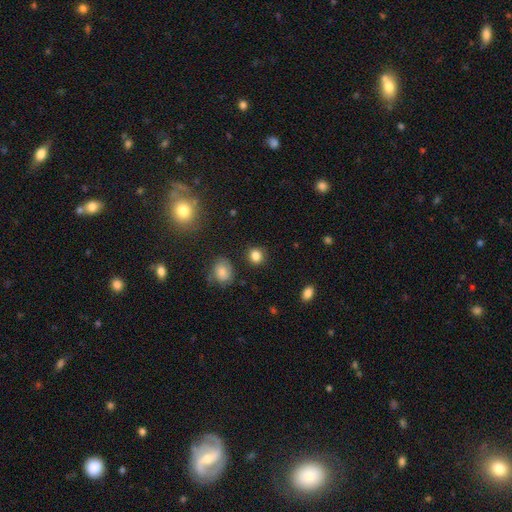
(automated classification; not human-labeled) Smooth or featured? Predicted: smooth (p=0.84). How rounded? Predicted: round (p=0.81). Merging? Predicted: none (p=0.86).